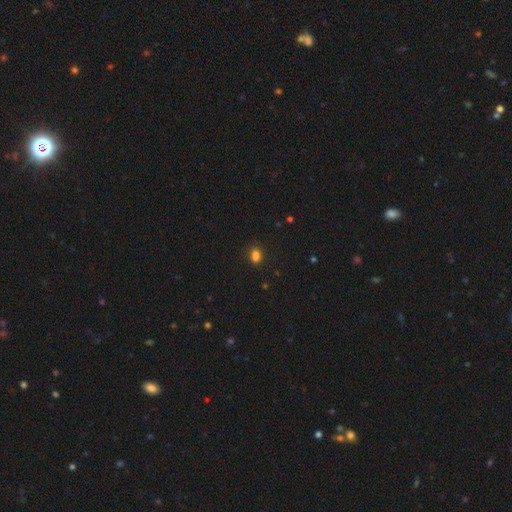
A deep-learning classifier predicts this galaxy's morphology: Q: Smooth or featured?
A: smooth (77%); runner-up: star or artifact (16%)
Q: How rounded?
A: in between (63%); runner-up: round (34%)
Q: Merging?
A: none (61%); runner-up: merger (20%)